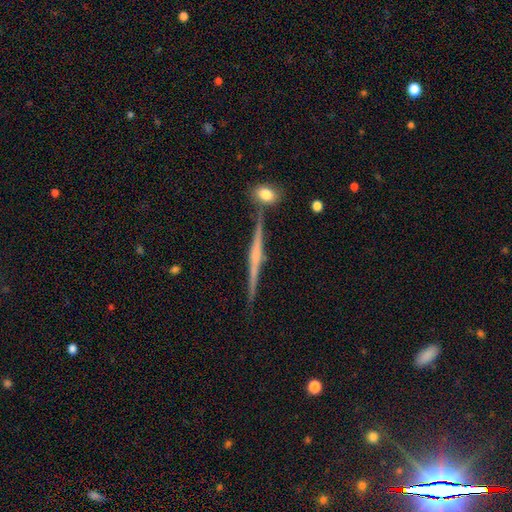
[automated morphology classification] Smooth or featured? Predicted: featured or disk (p=0.79). Edge-on disk? Predicted: yes (p=0.98). Edge-on bulge? Predicted: rounded (p=0.48). Merging? Predicted: none (p=0.85).